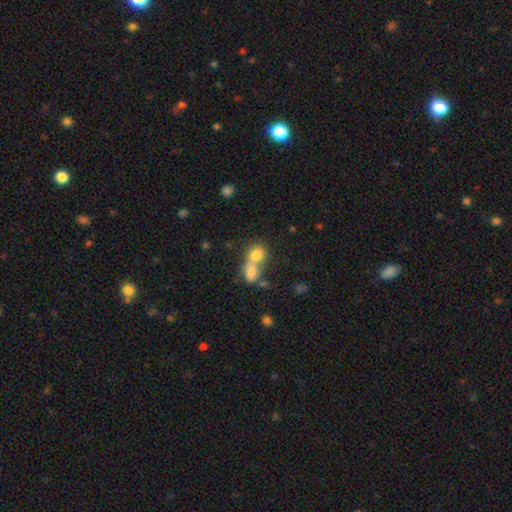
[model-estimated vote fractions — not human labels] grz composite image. It shows a smooth galaxy with no disk features (77%) that is round (59%). Merging: merger (68%).